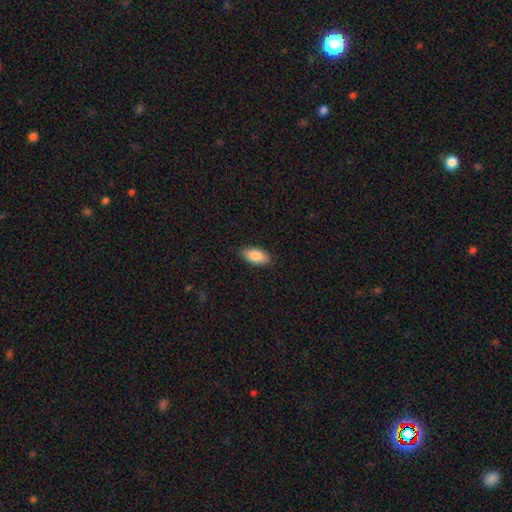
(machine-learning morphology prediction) smooth 86%, featured or disk 8%, star or artifact 6%. Down the decision tree: how rounded — in between (93%); merging — none (87%).